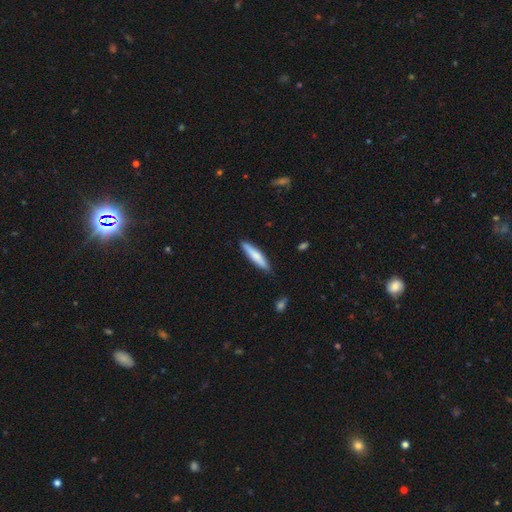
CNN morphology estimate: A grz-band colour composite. It shows a smooth galaxy with no disk features (70%) that is cigar-shaped (88%). Merging: none (87%).